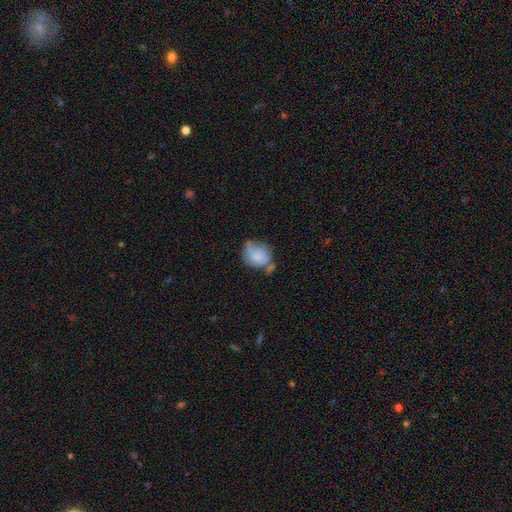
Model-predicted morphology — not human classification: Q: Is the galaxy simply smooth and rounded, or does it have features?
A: smooth — 65%.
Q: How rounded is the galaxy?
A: round — 54%.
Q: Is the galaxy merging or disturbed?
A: none — 32%.